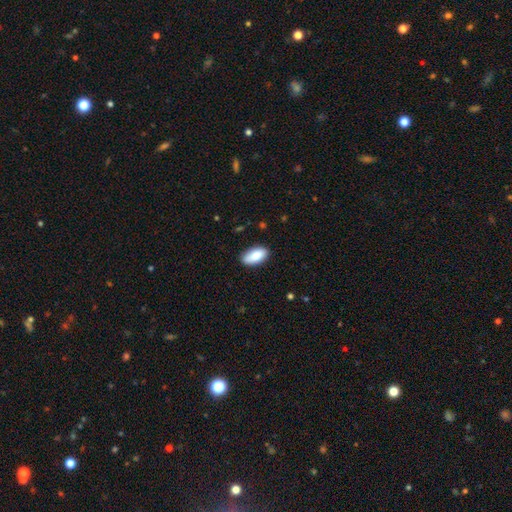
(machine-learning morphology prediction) Q: Smooth or featured?
A: smooth (81%); runner-up: featured or disk (13%)
Q: How rounded?
A: in between (92%); runner-up: cigar-shaped (5%)
Q: Merging?
A: none (85%); runner-up: minor disturbance (11%)